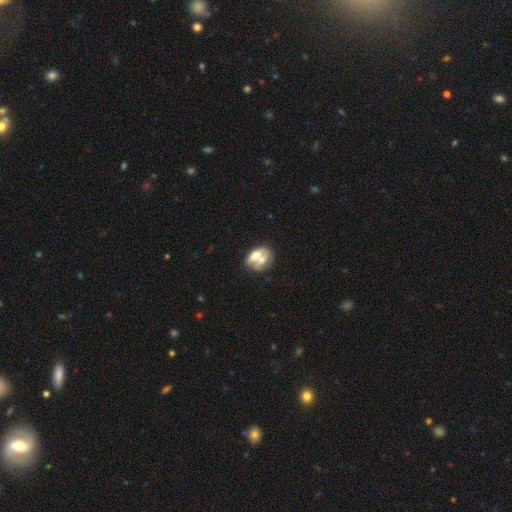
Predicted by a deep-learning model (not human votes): A smooth galaxy with no disk features (50%). Merging: merger (58%).